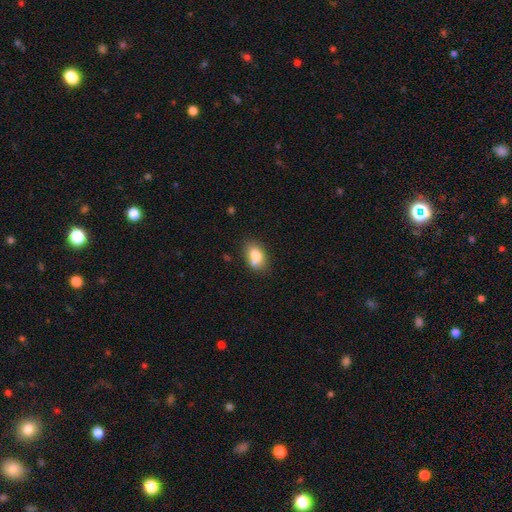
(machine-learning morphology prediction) A smooth galaxy with no disk features (76%) that is in between round and cigar-shaped (81%).

Vote fractions:
- Smooth or featured? smooth: 76% / featured or disk: 15% / star or artifact: 9%
- How rounded? in between: 81% / round: 18% / cigar-shaped: 1%
- Merging? none: 55% / minor disturbance: 21% / merger: 18% / major disturbance: 5%